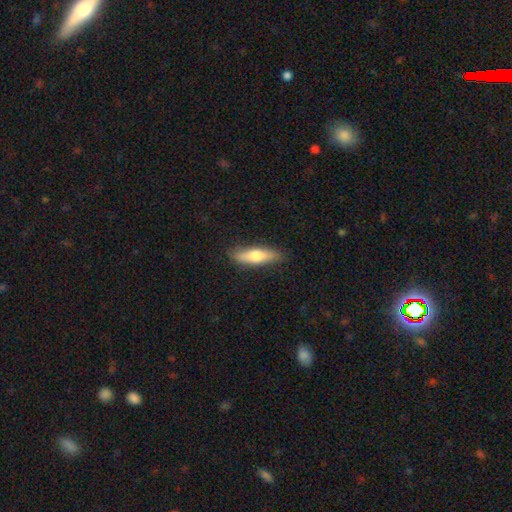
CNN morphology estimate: Overall: smooth (63%; featured or disk 31%). How rounded: cigar-shaped (63%; in between 34%). Merging: none (85%).